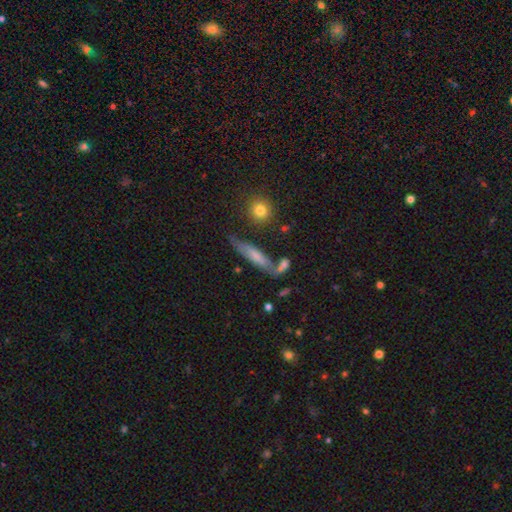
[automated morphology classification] Overall: featured or disk (45%; smooth 44%). Merging: none (65%).